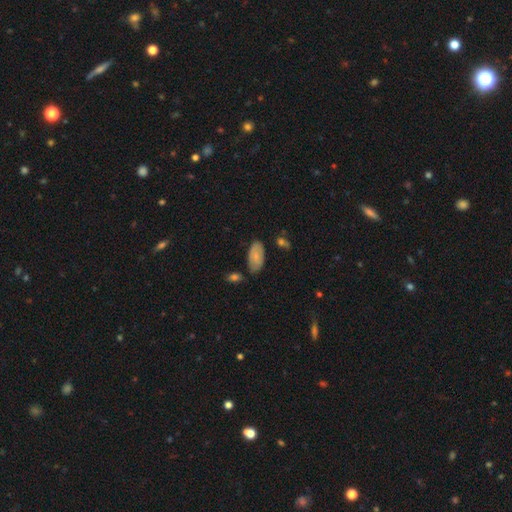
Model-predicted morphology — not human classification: This appears to be a smooth galaxy with no disk features (68%) that is in between round and cigar-shaped (94%). Merging: none (70%).